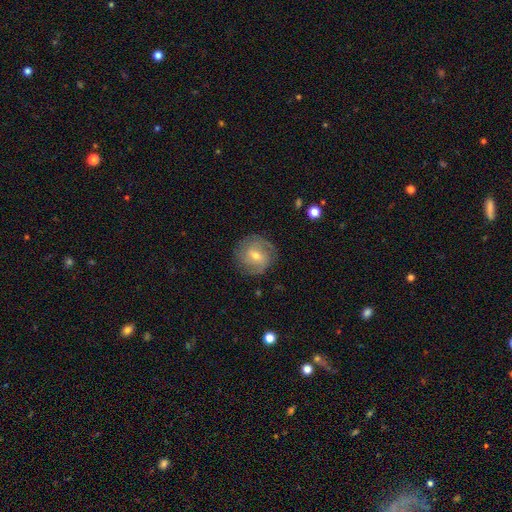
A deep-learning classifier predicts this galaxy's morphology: Smooth or featured? featured or disk (70%)
Edge-on disk? no (97%)
Bar? weak (49%)
Spiral arms? yes (88%)
Spiral winding? tight (49%)
Spiral arm count? 2 (49%)
Bulge size? moderate (51%)
Merging? none (81%)